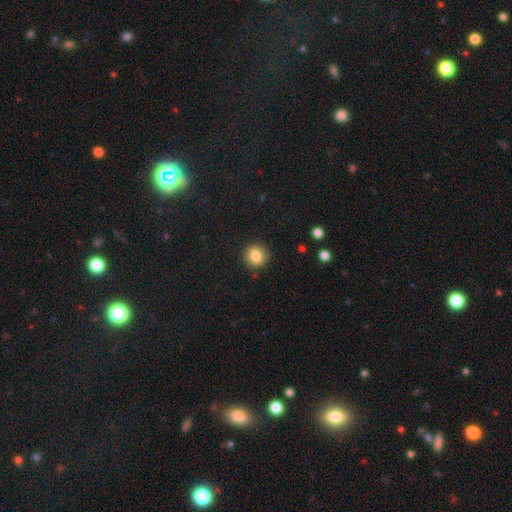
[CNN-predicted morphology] Smooth or featured? Predicted: smooth (p=0.83). How rounded? Predicted: round (p=0.88). Merging? Predicted: none (p=0.90).